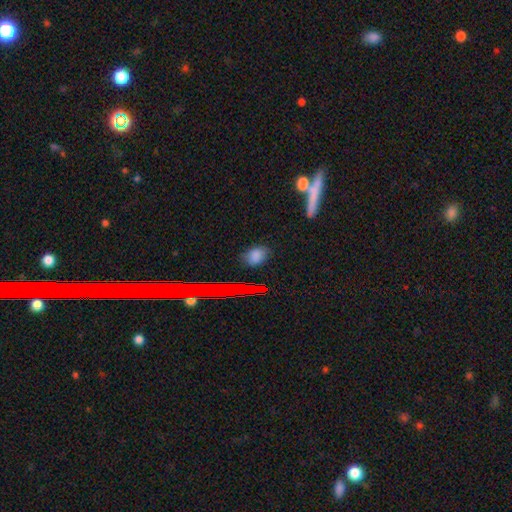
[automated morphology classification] smooth-or-featured: smooth: 78% | star or artifact: 14% | featured or disk: 9%
  how-rounded: in between: 69% | round: 27% | cigar-shaped: 3%
  merging: none: 76% | minor disturbance: 17% | major disturbance: 4% | merger: 3%